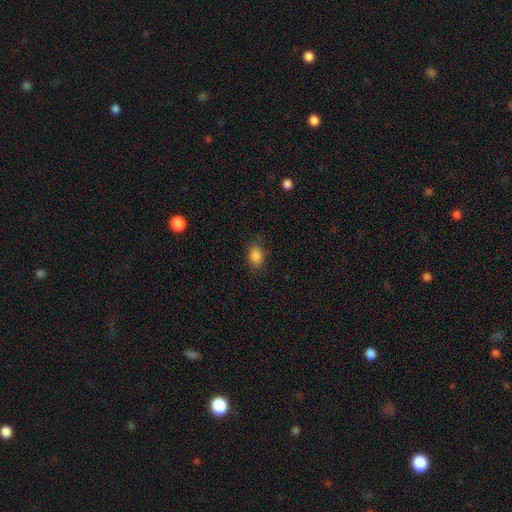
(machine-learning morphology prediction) type=smooth (86%); roundness=in between (81%); merging=none (81%).